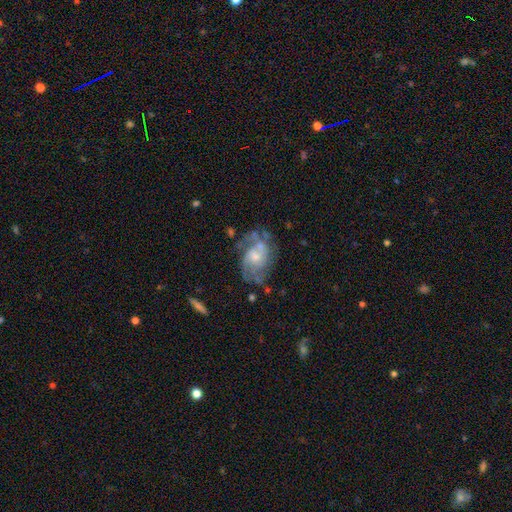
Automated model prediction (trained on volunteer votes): A featured or disk galaxy (76%) with no bar (67%), 2 (44%) medium (45%) spiral arms (84%) and a moderate central bulge (48%). Merging: none (54%).